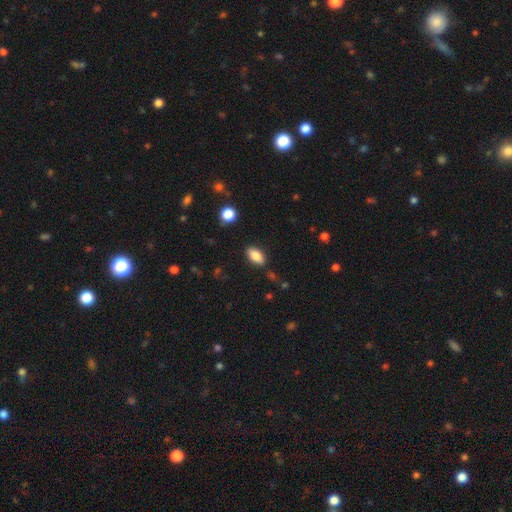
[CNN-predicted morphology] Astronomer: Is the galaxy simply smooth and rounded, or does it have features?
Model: smooth — 84%.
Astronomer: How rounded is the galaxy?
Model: in between — 90%.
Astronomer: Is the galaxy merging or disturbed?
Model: none — 86%.